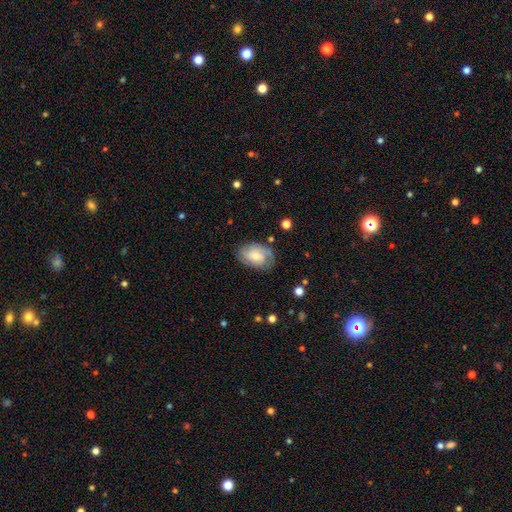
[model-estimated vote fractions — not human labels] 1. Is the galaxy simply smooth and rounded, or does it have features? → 59% featured or disk, 34% smooth, 7% star or artifact.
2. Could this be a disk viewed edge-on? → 96% no, 4% yes.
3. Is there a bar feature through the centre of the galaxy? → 67% no, 28% weak, 5% strong.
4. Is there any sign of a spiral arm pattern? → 87% yes, 13% no.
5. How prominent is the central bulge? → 51% small, 39% moderate, 4% large, 4% none, 1% dominant.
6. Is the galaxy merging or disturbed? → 71% none, 20% minor disturbance, 7% major disturbance, 2% merger.